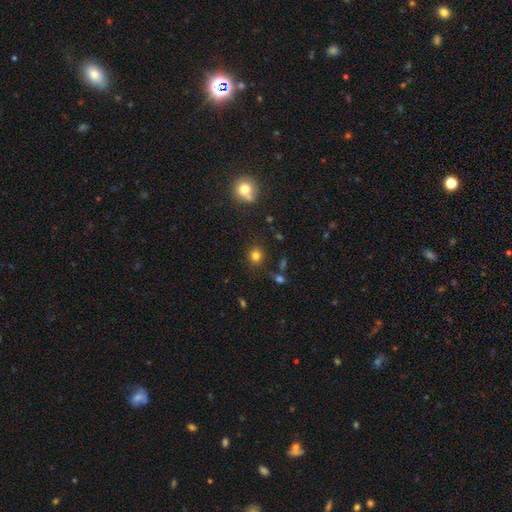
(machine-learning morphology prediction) smooth-or-featured: smooth: 80% | star or artifact: 14% | featured or disk: 6%
  how-rounded: round: 85% | in between: 14% | cigar-shaped: 1%
  merging: none: 85% | minor disturbance: 9% | merger: 3% | major disturbance: 3%